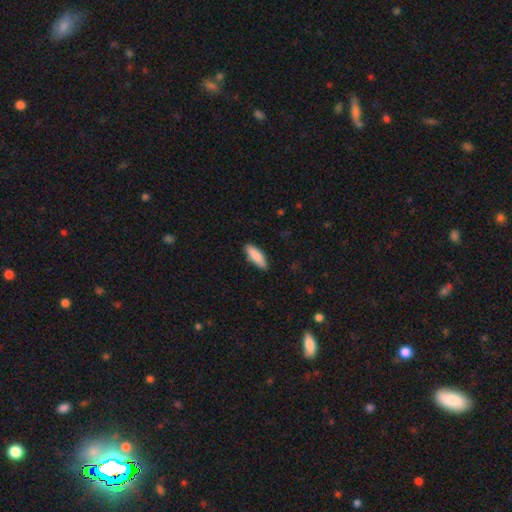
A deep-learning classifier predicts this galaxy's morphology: A smooth galaxy with no disk features (88%) that is in between round and cigar-shaped (58%).

Vote fractions:
- Smooth or featured? smooth: 88% / featured or disk: 7% / star or artifact: 5%
- How rounded? in between: 58% / cigar-shaped: 41% / round: 2%
- Merging? none: 85% / minor disturbance: 11% / major disturbance: 2% / merger: 1%